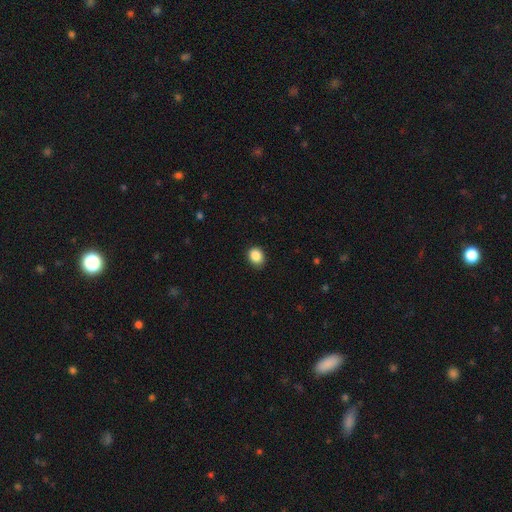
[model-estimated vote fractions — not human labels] Smooth or featured? smooth (88%)
How rounded? round (50%)
Merging? none (85%)